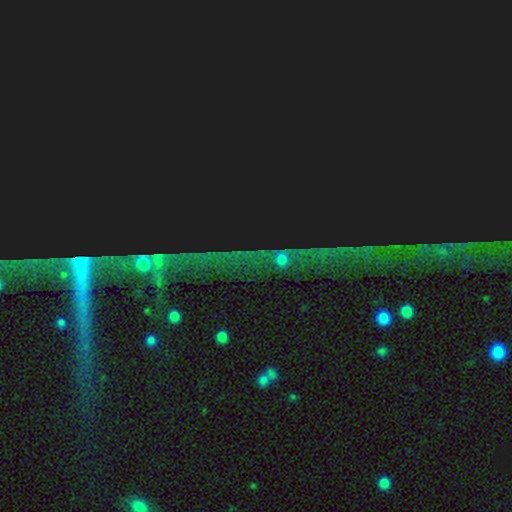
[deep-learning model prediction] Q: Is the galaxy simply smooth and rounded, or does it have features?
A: star or artifact — 81%.